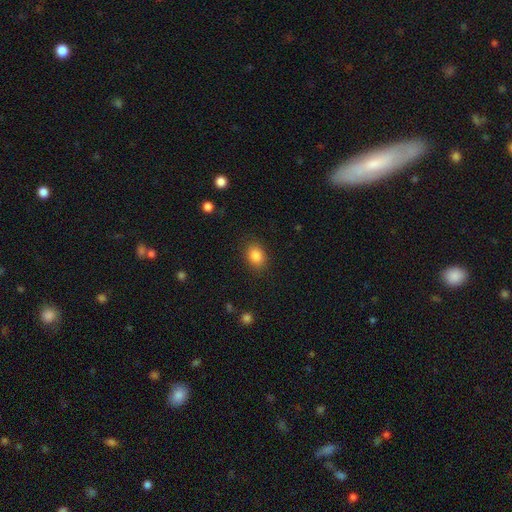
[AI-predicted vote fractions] A smooth galaxy with no disk features (85%) that is in between round and cigar-shaped (67%).

Vote fractions:
- Smooth or featured? smooth: 85% / star or artifact: 9% / featured or disk: 5%
- How rounded? in between: 67% / round: 31% / cigar-shaped: 1%
- Merging? none: 87% / minor disturbance: 9% / major disturbance: 3% / merger: 1%